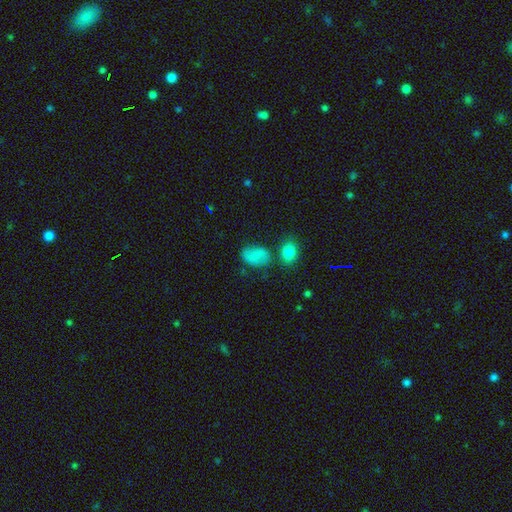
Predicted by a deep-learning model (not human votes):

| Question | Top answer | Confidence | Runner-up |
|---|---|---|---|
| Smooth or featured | smooth | 74% | featured or disk (15%) |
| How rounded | in between | 82% | round (16%) |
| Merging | none | 63% | minor disturbance (20%) |